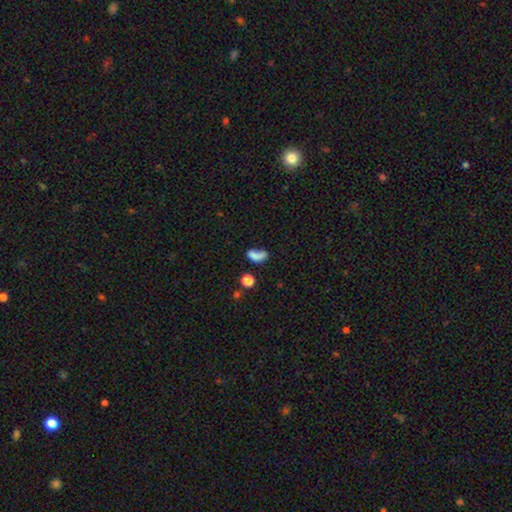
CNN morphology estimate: Smooth or featured? smooth (69%)
How rounded? in between (79%)
Merging? none (37%)